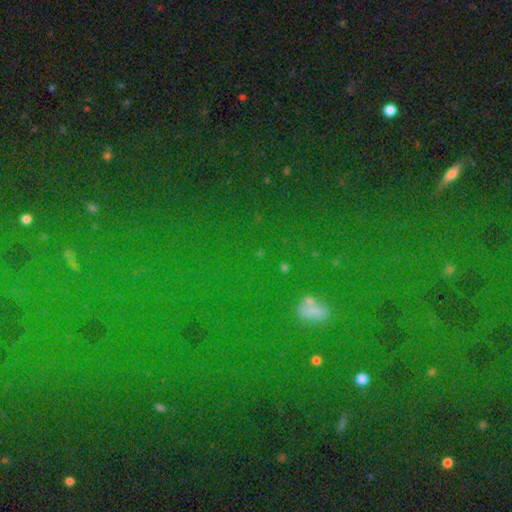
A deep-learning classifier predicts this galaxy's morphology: Overall: star or artifact (74%).